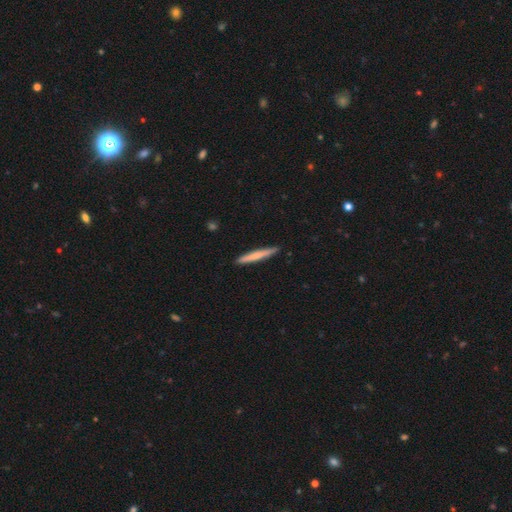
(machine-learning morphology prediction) Smooth or featured? smooth (67%)
How rounded? cigar-shaped (96%)
Merging? none (91%)